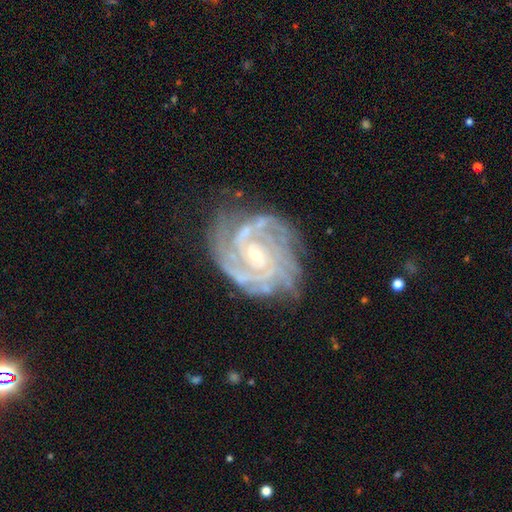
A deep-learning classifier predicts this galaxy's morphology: A featured or disk galaxy (90%) with no bar (55%), can't tell (22%, tied with 4) tight (72%) spiral arms (98%) and a small central bulge (71%).

Vote fractions:
- Smooth or featured? featured or disk: 90% / star or artifact: 6% / smooth: 4%
- Edge-on disk? no: 97% / yes: 3%
- Bar? no: 55% / weak: 33% / strong: 11%
- Spiral arms? yes: 98% / no: 2%
- Spiral winding? tight: 72% / medium: 24% / loose: 4%
- Spiral arm count? can't tell: 22% (tied) / 4: 22% (tied) / 3: 21% / 2: 17% / more than 4: 11% / 1: 7%
- Bulge size? small: 71% / moderate: 26% / none: 1% / large: 1% / dominant: 1%
- Merging? none: 69% / minor disturbance: 21% / major disturbance: 8% / merger: 2%